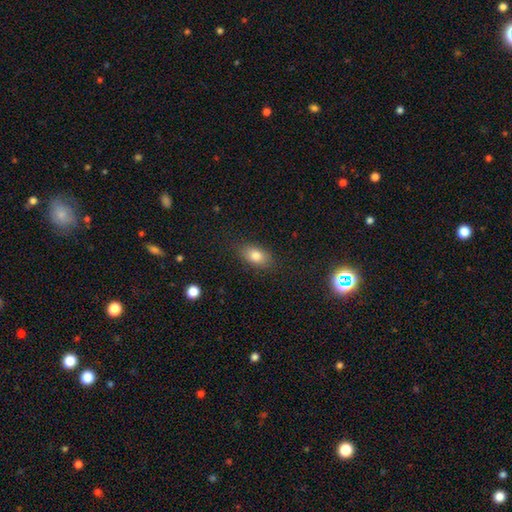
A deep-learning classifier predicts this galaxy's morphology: Smooth or featured: smooth — 81% (featured or disk — 10%)
How rounded: in between — 84% (round — 12%)
Merging: none — 83% (minor disturbance — 13%)